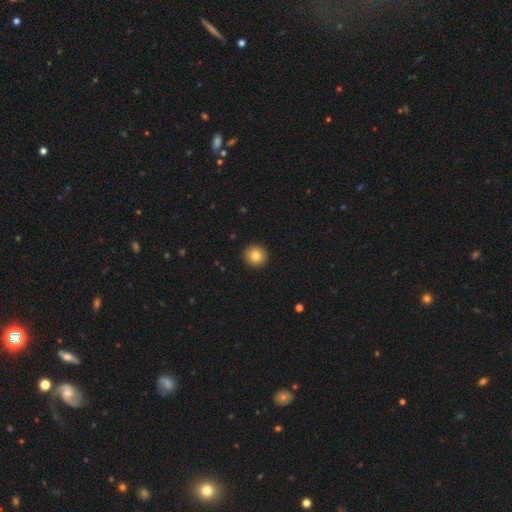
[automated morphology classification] Smooth or featured? smooth (81%)
How rounded? round (95%)
Merging? none (93%)